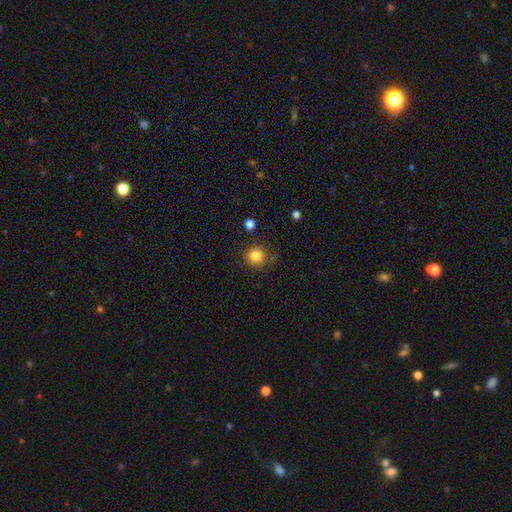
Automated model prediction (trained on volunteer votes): Overall: smooth (84%). How rounded: round (92%). Merging: none (82%).